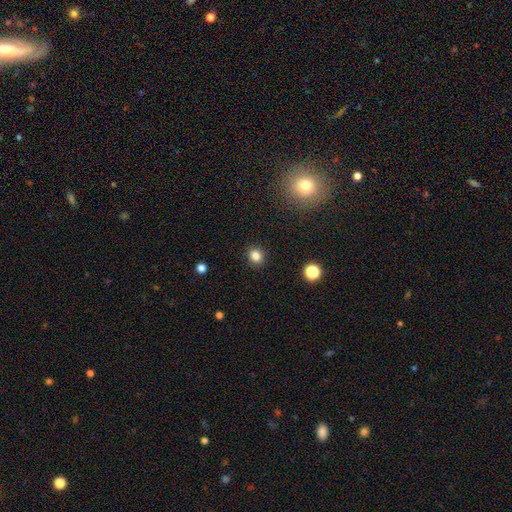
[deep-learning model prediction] This is clearly a smooth galaxy (83%). How rounded: likely round (75%). Merging: clearly none (91%).